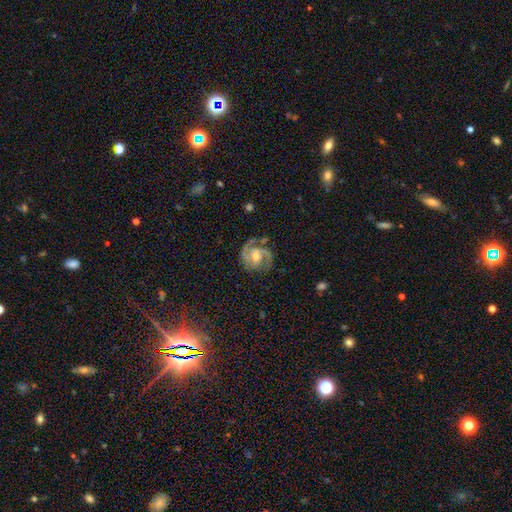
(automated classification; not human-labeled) This is clearly a featured or disk galaxy (87%). It is clearly not viewed edge-on (98%). Bar: marginally weak (45%). Spiral arm pattern: clearly yes (97%). Spiral arm count: clearly 2 (80%). Spiral winding: possibly medium (52%). Central bulge: possibly moderate (49%). Merging: likely none (68%).